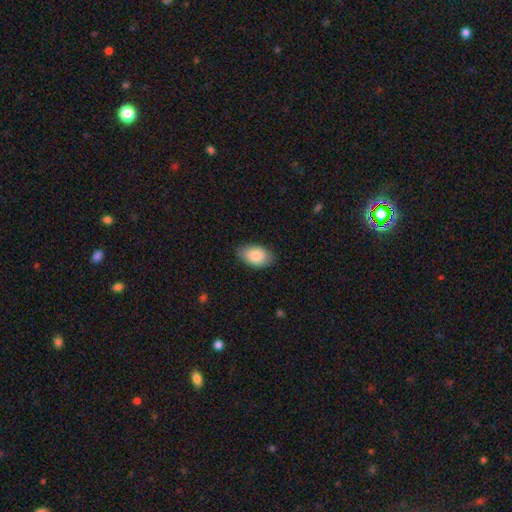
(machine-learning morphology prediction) This appears to be a smooth galaxy with no disk features (87%) that is in between round and cigar-shaped (93%). Merging: none (83%).